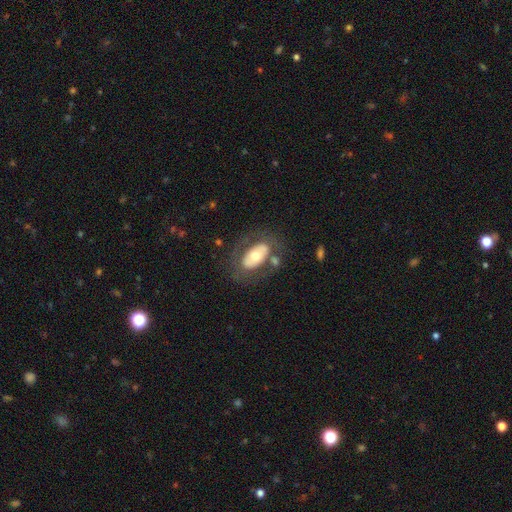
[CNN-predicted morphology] This appears to be a featured or disk galaxy (49%). Merging: none (65%).